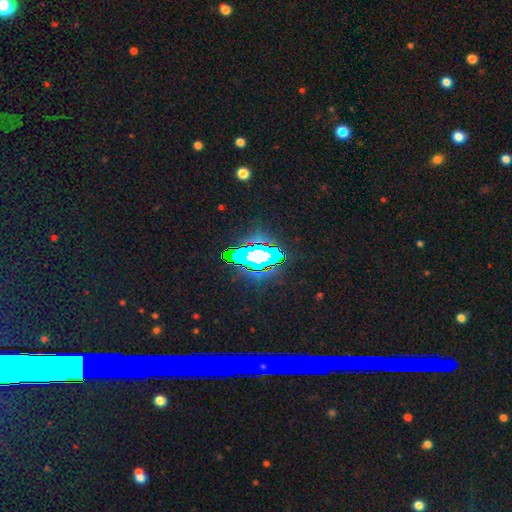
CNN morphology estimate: This is likely a star or artifact rather than a galaxy (62%).